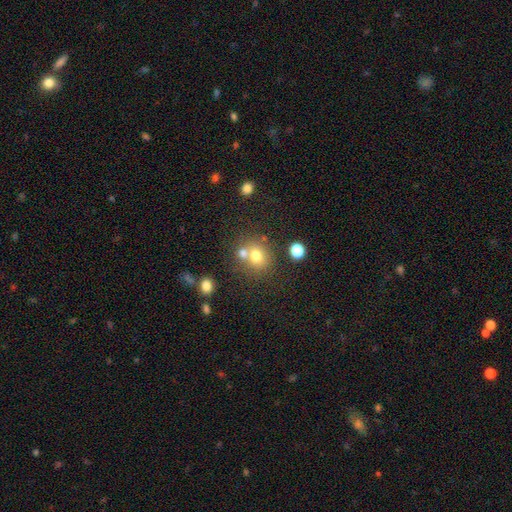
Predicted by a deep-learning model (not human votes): Q: Smooth or featured?
A: smooth (72%); runner-up: star or artifact (14%)
Q: How rounded?
A: round (77%); runner-up: in between (22%)
Q: Merging?
A: none (52%); runner-up: merger (34%)